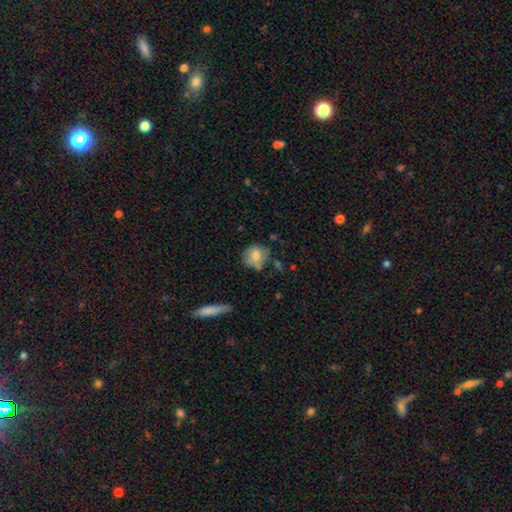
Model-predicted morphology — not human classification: Smooth or featured: smooth — 71% (featured or disk — 21%)
How rounded: round — 78% (in between — 21%)
Merging: none — 57% (minor disturbance — 28%)